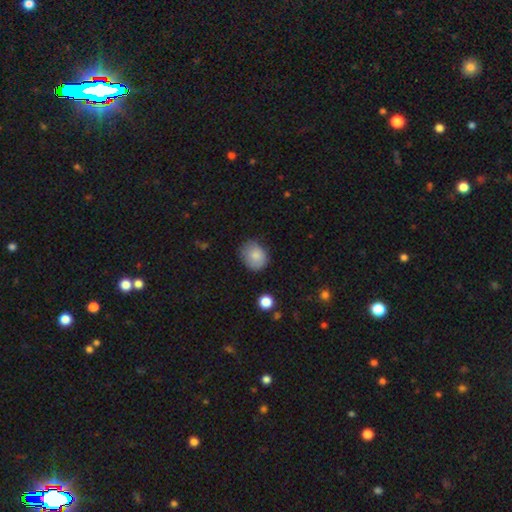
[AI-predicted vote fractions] This is clearly a smooth galaxy (83%). How rounded: possibly round (52%). Merging: likely none (69%).